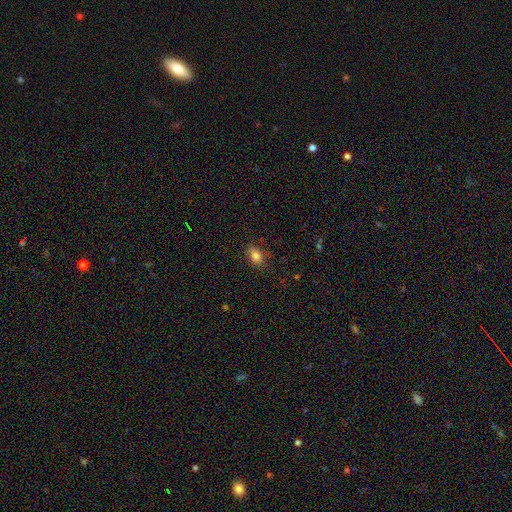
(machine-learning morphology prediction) Smooth or featured? smooth (82%)
How rounded? in between (84%)
Merging? none (83%)